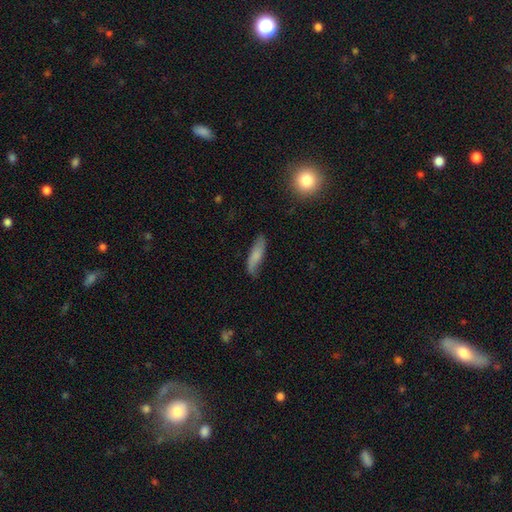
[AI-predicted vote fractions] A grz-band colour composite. It shows a smooth galaxy with no disk features (66%) that is cigar-shaped (60%). Merging: none (67%).